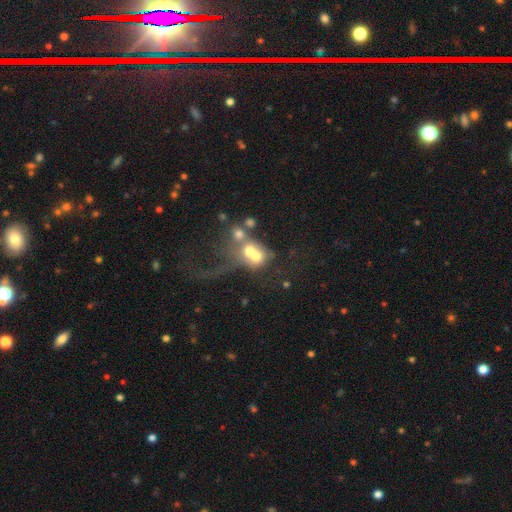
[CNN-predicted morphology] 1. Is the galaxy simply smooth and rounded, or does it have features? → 53% smooth, 34% featured or disk, 13% star or artifact.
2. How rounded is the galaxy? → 64% round, 34% in between, 2% cigar-shaped.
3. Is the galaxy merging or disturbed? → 63% merger, 16% major disturbance, 15% none, 6% minor disturbance.